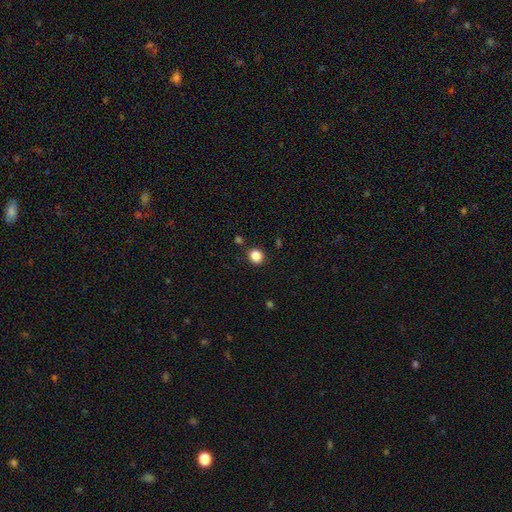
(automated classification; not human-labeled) smooth_or_featured: smooth (p=0.85) [alt: star or artifact p=0.11]
how_rounded: round (p=0.81) [alt: in between p=0.18]
merging: none (p=0.87) [alt: minor disturbance p=0.07]